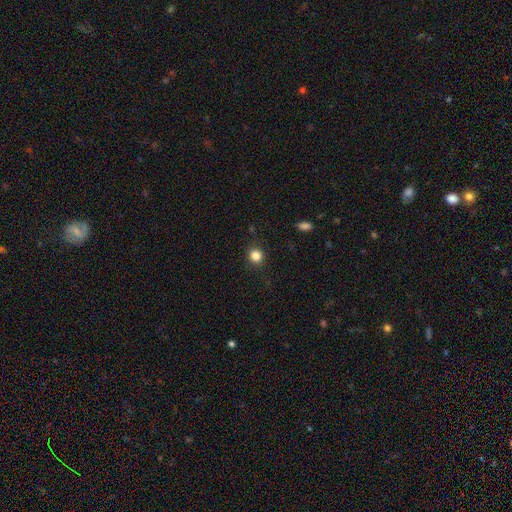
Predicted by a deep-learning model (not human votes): A smooth galaxy with no disk features (84%) that is round (88%). Merging: none (89%).